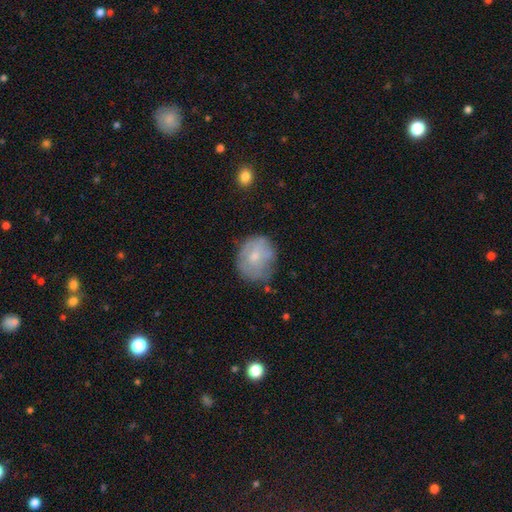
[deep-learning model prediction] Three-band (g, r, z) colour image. It shows a smooth galaxy with no disk features (64%) that is round (70%). Merging: none (60%).